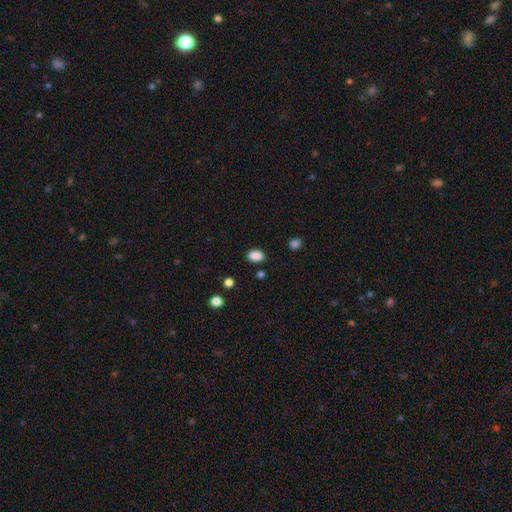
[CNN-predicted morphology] Smooth or featured? smooth (87%)
How rounded? in between (78%)
Merging? none (84%)